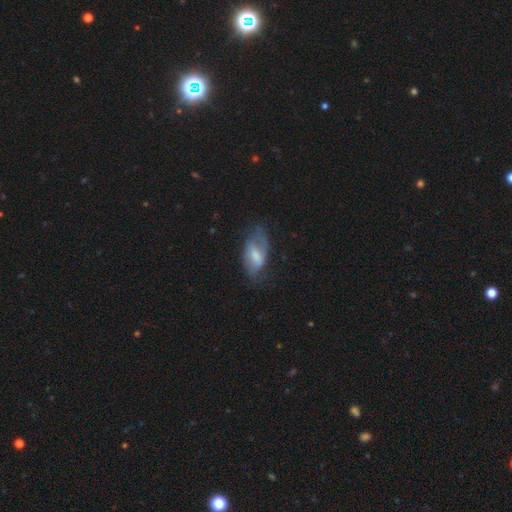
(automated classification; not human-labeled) Q: Smooth or featured?
A: featured or disk (50%); runner-up: smooth (43%)
Q: Merging?
A: none (52%); runner-up: minor disturbance (29%)